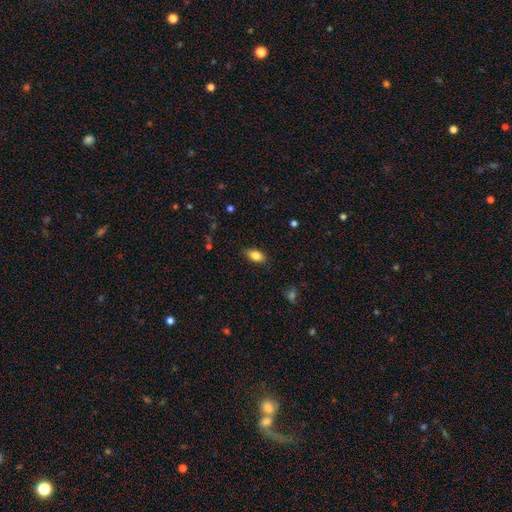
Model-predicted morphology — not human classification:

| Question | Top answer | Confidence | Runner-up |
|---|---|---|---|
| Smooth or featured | smooth | 83% | featured or disk (9%) |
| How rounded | in between | 88% | round (6%) |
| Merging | none | 84% | minor disturbance (12%) |